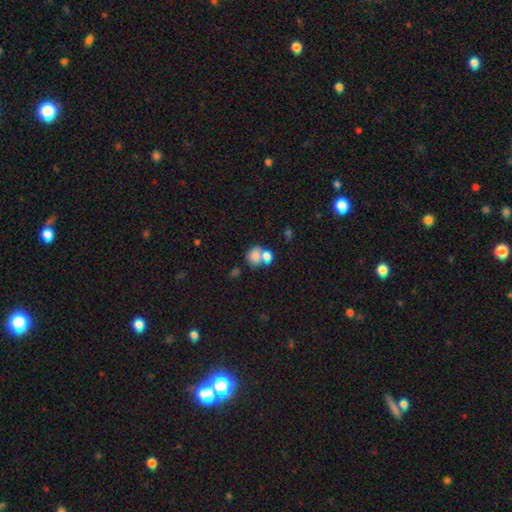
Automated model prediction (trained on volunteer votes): smooth_or_featured: smooth (p=0.76) [alt: featured or disk p=0.14]
how_rounded: round (p=0.57) [alt: in between p=0.42]
merging: merger (p=0.56) [alt: none p=0.30]